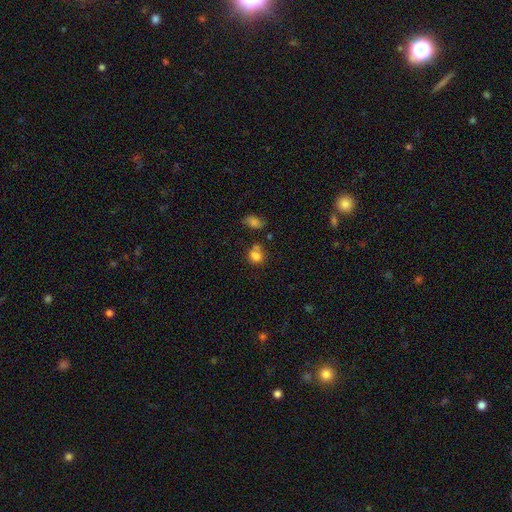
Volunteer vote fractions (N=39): smooth-or-featured: smooth: 79% | featured or disk: 10% | star or artifact: 10%
  how-rounded: in between: 68% | round: 32% | cigar-shaped: 0%
  merging: none: 37% | minor disturbance: 31% | merger: 17% | major disturbance: 14%